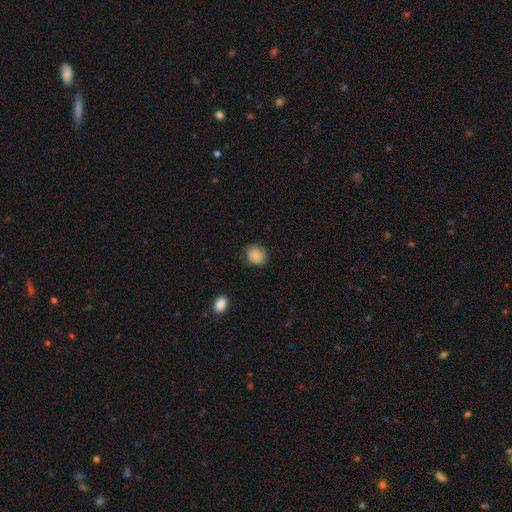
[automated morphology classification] smooth-or-featured: smooth: 83% | featured or disk: 9% | star or artifact: 8%
  how-rounded: round: 54% | in between: 45% | cigar-shaped: 1%
  merging: none: 77% | minor disturbance: 17% | major disturbance: 4% | merger: 1%